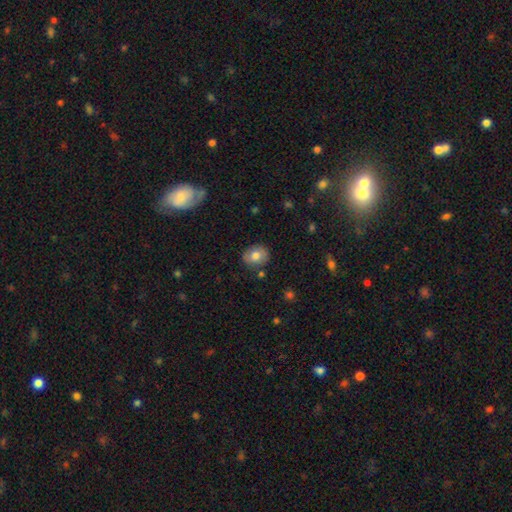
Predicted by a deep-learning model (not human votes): Smooth or featured? Predicted: smooth (p=0.73). How rounded? Predicted: round (p=0.59). Merging? Predicted: none (p=0.83).